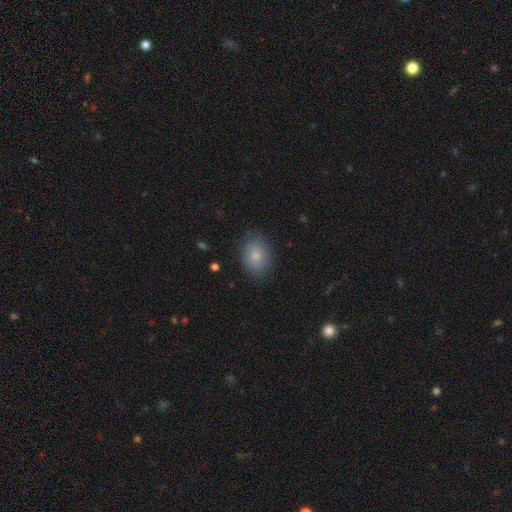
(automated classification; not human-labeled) smooth 79%, featured or disk 14%, star or artifact 8%. Down the decision tree: how rounded — in between (67%); merging — none (78%).